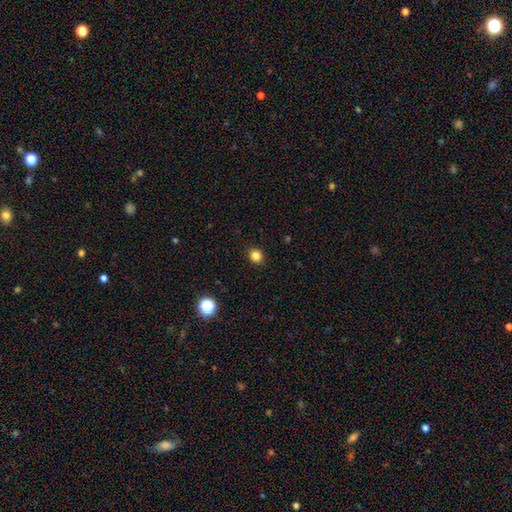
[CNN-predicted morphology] smooth-or-featured: smooth: 83% | star or artifact: 13% | featured or disk: 4%
  how-rounded: round: 83% | in between: 16% | cigar-shaped: 1%
  merging: none: 91% | minor disturbance: 6% | major disturbance: 2% | merger: 1%